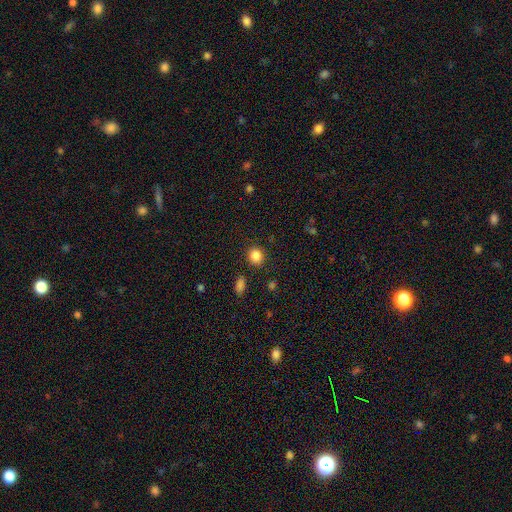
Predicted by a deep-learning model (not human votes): A smooth galaxy with no disk features (86%) that is round (83%).

Vote fractions:
- Smooth or featured? smooth: 86% / star or artifact: 11% / featured or disk: 4%
- How rounded? round: 83% / in between: 16% / cigar-shaped: 1%
- Merging? none: 88% / minor disturbance: 7% / major disturbance: 3% / merger: 2%